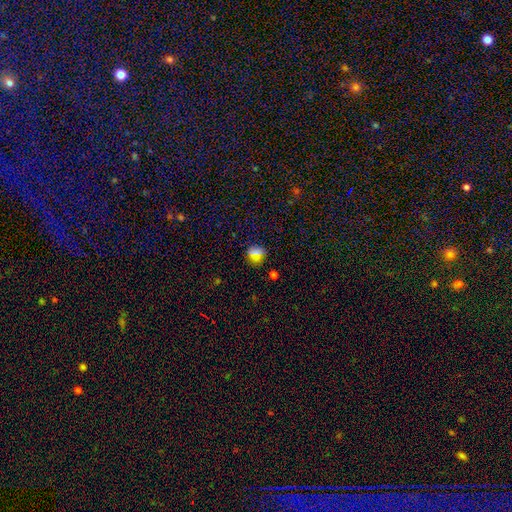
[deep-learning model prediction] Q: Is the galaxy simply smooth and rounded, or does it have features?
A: smooth — 67%.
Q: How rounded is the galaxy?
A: round — 81%.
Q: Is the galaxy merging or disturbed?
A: none — 85%.